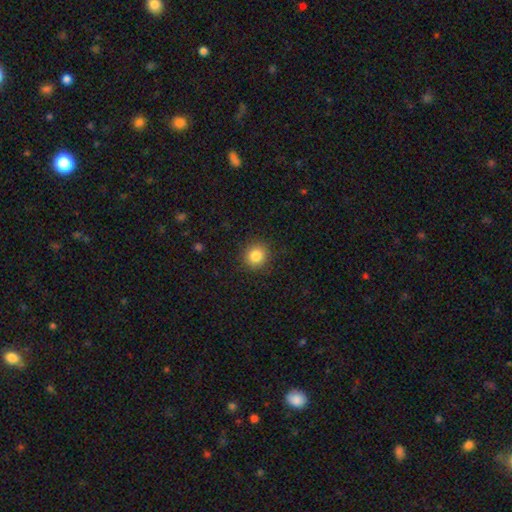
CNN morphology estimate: smooth_or_featured: smooth (p=0.84) [alt: star or artifact p=0.11]
how_rounded: round (p=0.90) [alt: in between p=0.10]
merging: none (p=0.90) [alt: minor disturbance p=0.07]